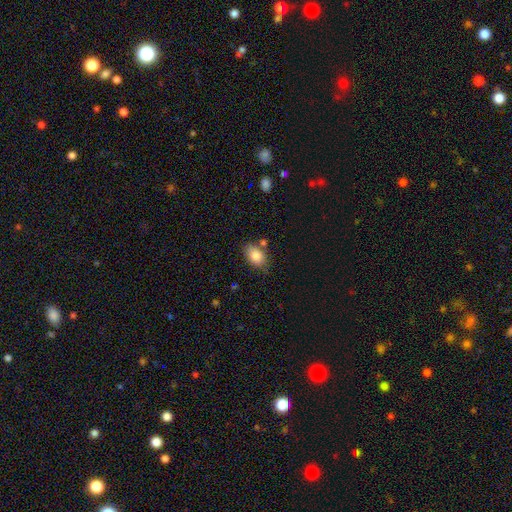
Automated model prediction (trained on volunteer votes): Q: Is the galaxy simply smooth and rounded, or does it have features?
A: smooth — 83%.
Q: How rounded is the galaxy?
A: in between — 83%.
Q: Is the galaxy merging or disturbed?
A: none — 68%.